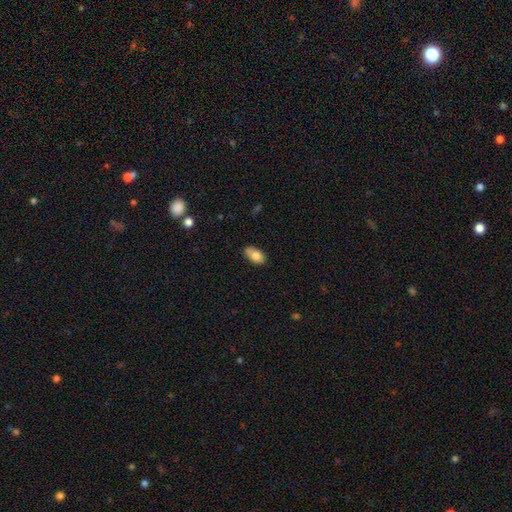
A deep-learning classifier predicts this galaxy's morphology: Smooth or featured?
  - smooth: 80% *
  - featured or disk: 13%
  - star or artifact: 8%
How rounded?
  - in between: 92% *
  - round: 5%
  - cigar-shaped: 3%
Merging?
  - none: 66% *
  - minor disturbance: 25%
  - major disturbance: 4%
  - merger: 4%